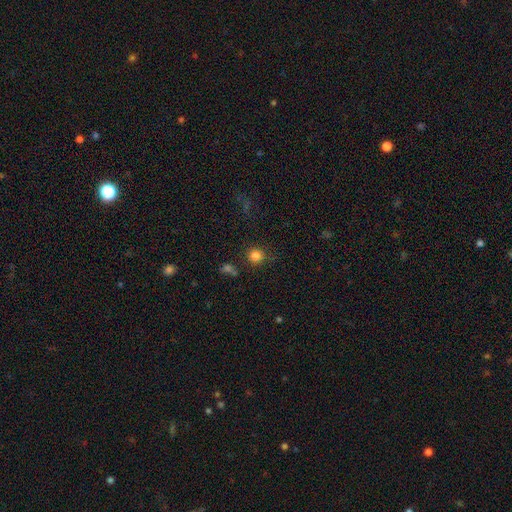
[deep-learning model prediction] smooth 83%, star or artifact 13%, featured or disk 4%. Down the decision tree: how rounded — round (92%); merging — none (82%).